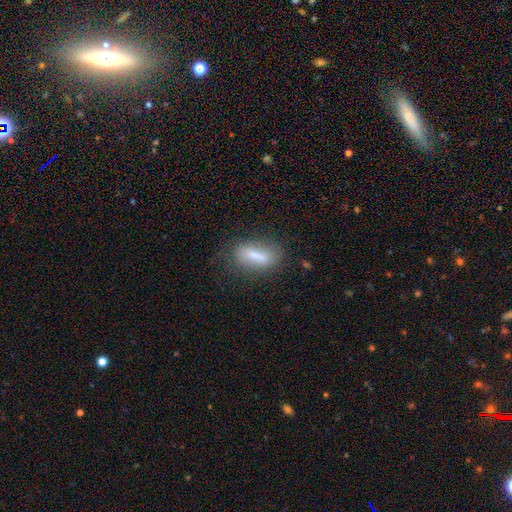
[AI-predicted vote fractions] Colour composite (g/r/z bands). It shows a smooth galaxy with no disk features (70%) that is in between round and cigar-shaped (58%). Merging: none (69%).